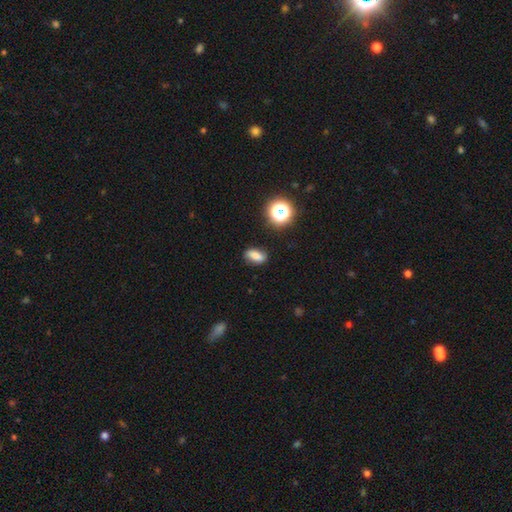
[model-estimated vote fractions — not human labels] A smooth galaxy with no disk features (70%) that is in between round and cigar-shaped (78%). Merging: none (81%).